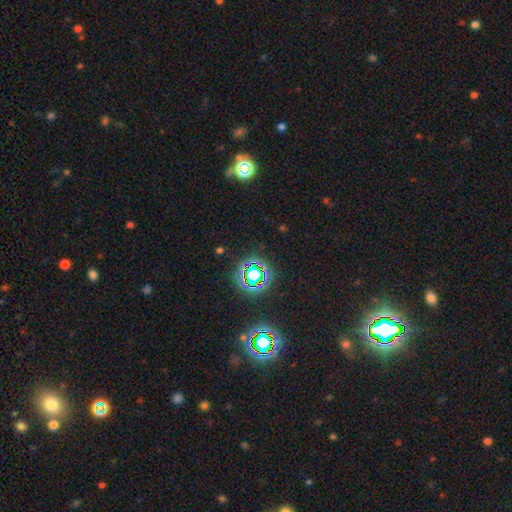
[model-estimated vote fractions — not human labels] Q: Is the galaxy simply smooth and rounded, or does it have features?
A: star or artifact — 77%.